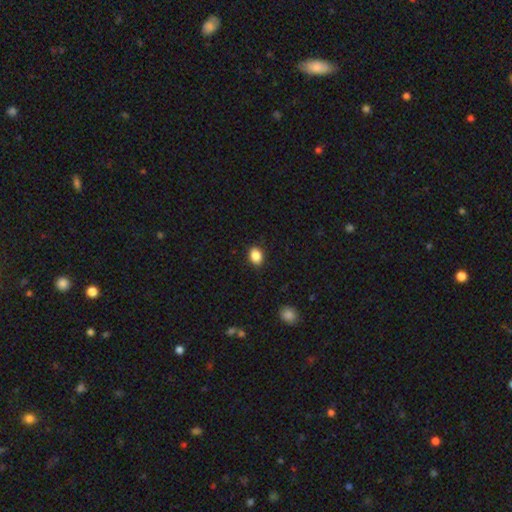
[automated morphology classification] smooth-or-featured: smooth: 87% | star or artifact: 9% | featured or disk: 4%
  how-rounded: in between: 70% | round: 29% | cigar-shaped: 1%
  merging: none: 88% | minor disturbance: 9% | major disturbance: 2% | merger: 1%